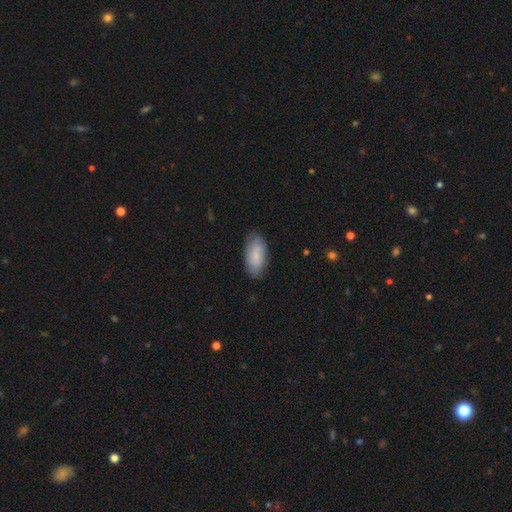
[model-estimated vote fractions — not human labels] A smooth galaxy with no disk features (76%) that is in between round and cigar-shaped (92%). Merging: none (80%).